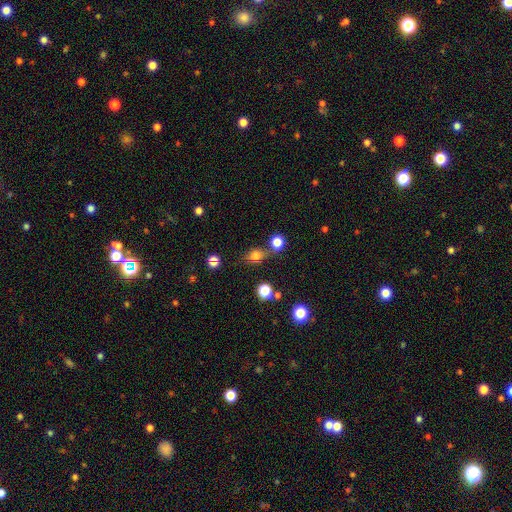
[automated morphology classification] Smooth or featured?
  - smooth: 71% *
  - star or artifact: 19%
  - featured or disk: 10%
How rounded?
  - in between: 58% *
  - round: 38%
  - cigar-shaped: 4%
Merging?
  - none: 59% *
  - merger: 17%
  - minor disturbance: 17%
  - major disturbance: 7%